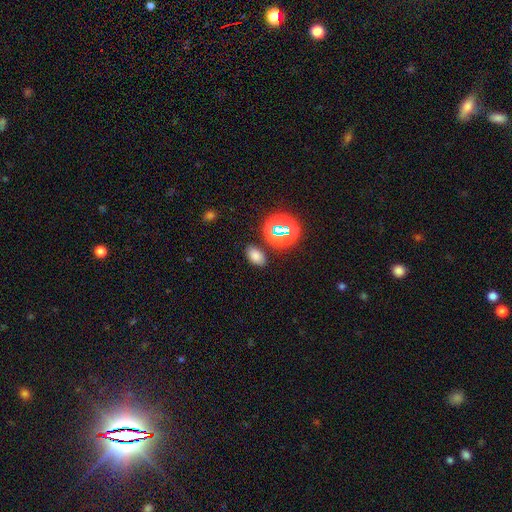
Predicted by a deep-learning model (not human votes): Q: Smooth or featured?
A: smooth (72%); runner-up: star or artifact (21%)
Q: How rounded?
A: in between (89%); runner-up: round (10%)
Q: Merging?
A: none (84%); runner-up: minor disturbance (10%)